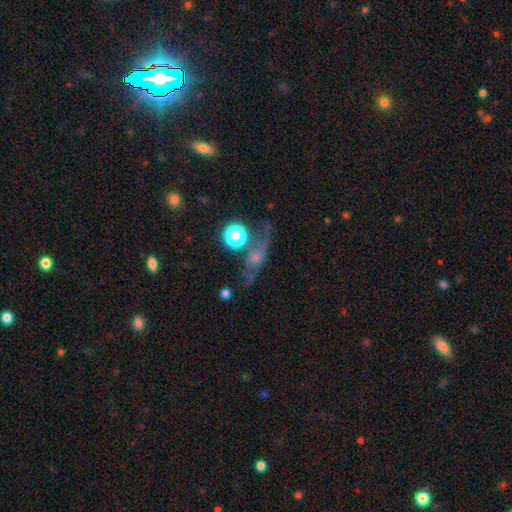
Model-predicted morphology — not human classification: The model was most divided on "smooth or featured": featured or disk: 47%, smooth: 34%, star or artifact: 19%. Remaining: merging — none (50%).